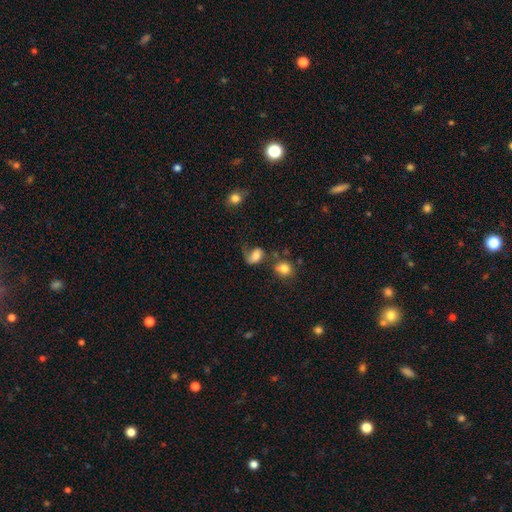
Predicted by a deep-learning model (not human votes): smooth_or_featured: smooth (p=0.60) [alt: featured or disk p=0.29]
how_rounded: in between (p=0.76) [alt: round p=0.22]
merging: none (p=0.36) [alt: major disturbance p=0.29]